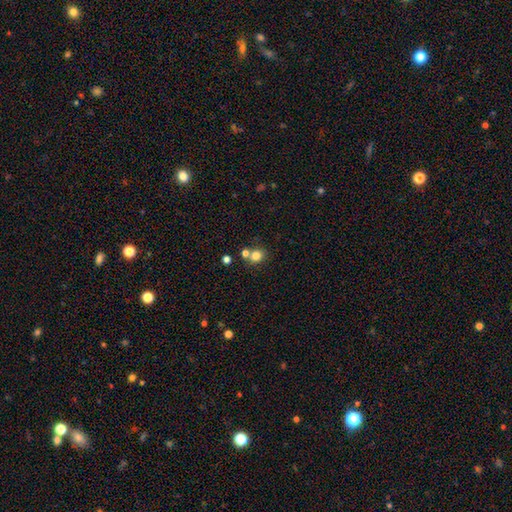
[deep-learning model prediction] The model was most divided on "merging": none: 60%, merger: 28%, minor disturbance: 8%, major disturbance: 3%. More confident: how rounded — round (82%); smooth or featured — smooth (79%).